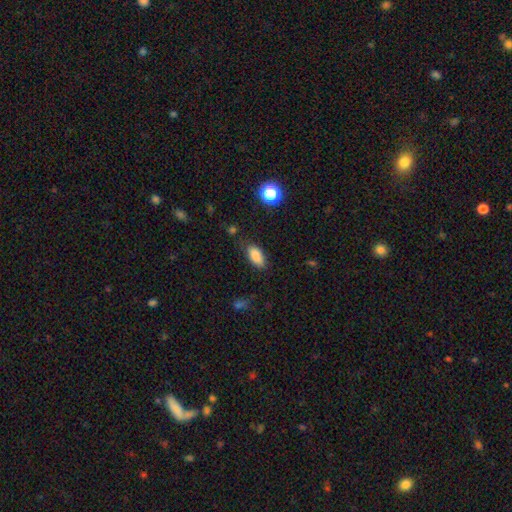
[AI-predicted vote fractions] A smooth galaxy with no disk features (86%) that is in between round and cigar-shaped (87%). Merging: none (78%).